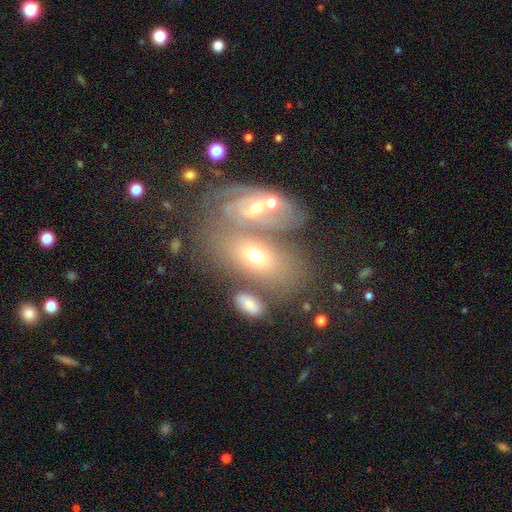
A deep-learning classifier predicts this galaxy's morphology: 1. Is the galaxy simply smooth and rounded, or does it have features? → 46% featured or disk, 44% smooth, 10% star or artifact.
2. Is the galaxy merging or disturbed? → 43% merger, 35% none, 14% minor disturbance, 8% major disturbance.